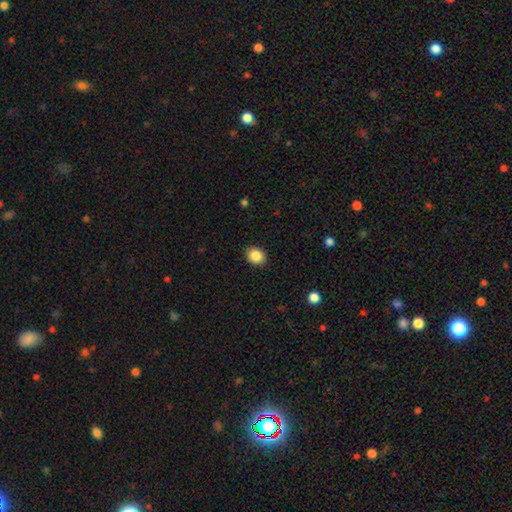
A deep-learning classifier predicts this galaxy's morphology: Smooth or featured: smooth — 86% (star or artifact — 9%)
How rounded: round — 53% (in between — 46%)
Merging: none — 90% (minor disturbance — 7%)